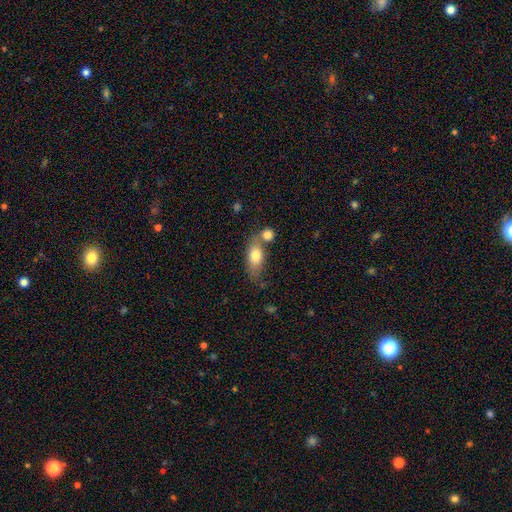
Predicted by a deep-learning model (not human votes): Smooth or featured?
  - smooth: 73% *
  - featured or disk: 20%
  - star or artifact: 7%
How rounded?
  - in between: 79% *
  - cigar-shaped: 13%
  - round: 7%
Merging?
  - none: 47% *
  - merger: 31%
  - minor disturbance: 16%
  - major disturbance: 6%